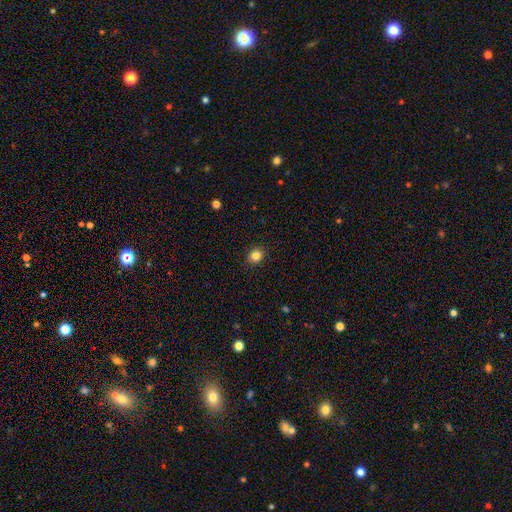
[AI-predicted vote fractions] The model was most divided on "how rounded": round: 67%, in between: 33%, cigar-shaped: 1%. More confident: merging — none (90%); smooth or featured — smooth (84%).